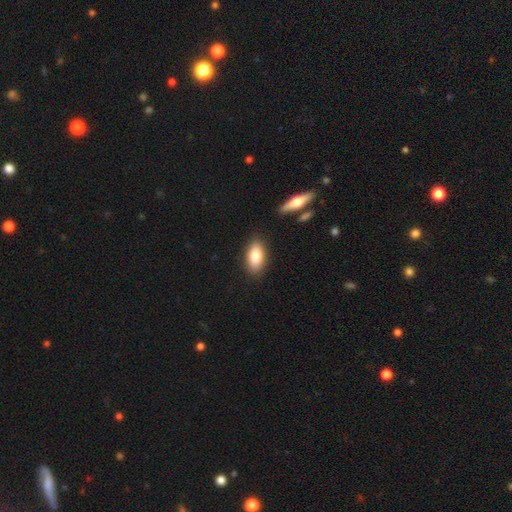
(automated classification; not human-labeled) This is clearly a smooth galaxy (83%). How rounded: clearly in between (89%). Merging: clearly none (86%).